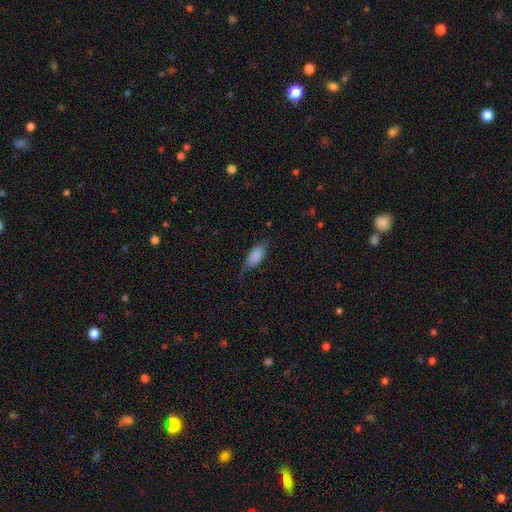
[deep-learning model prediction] smooth-or-featured: smooth: 81% | featured or disk: 12% | star or artifact: 7%
  how-rounded: in between: 86% | cigar-shaped: 11% | round: 3%
  merging: none: 60% | minor disturbance: 28% | major disturbance: 10% | merger: 2%